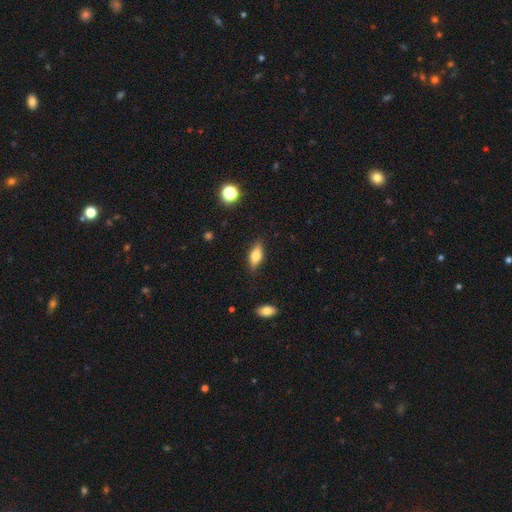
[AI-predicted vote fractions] smooth-or-featured: smooth: 70% | featured or disk: 22% | star or artifact: 8%
  how-rounded: in between: 76% | cigar-shaped: 20% | round: 4%
  merging: none: 83% | minor disturbance: 12% | major disturbance: 3% | merger: 1%